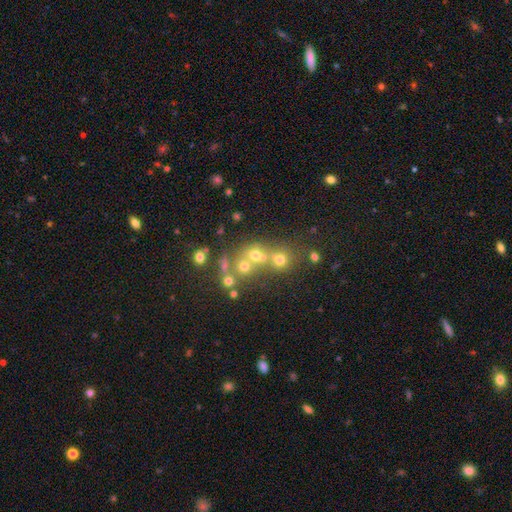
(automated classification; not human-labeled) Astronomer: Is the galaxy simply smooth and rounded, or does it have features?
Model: star or artifact — 38% (runner-up: smooth, 37%).